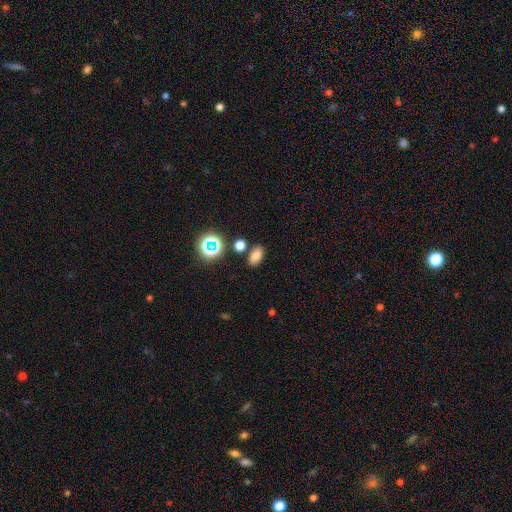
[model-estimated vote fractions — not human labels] The model was most divided on "smooth or featured": smooth: 75%, star or artifact: 17%, featured or disk: 8%. More confident: how rounded — in between (87%); merging — none (82%).